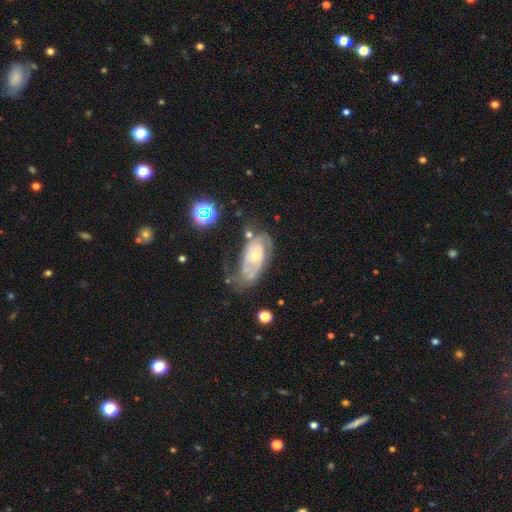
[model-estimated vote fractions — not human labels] Smooth or featured? Predicted: featured or disk (p=0.78). Edge-on disk? Predicted: no (p=0.95). Bar? Predicted: no (p=0.75). Spiral arms? Predicted: yes (p=0.84). Spiral winding? Predicted: tight (p=0.52). Spiral arm count? Predicted: 2 (p=0.42). Bulge size? Predicted: small (p=0.55). Merging? Predicted: none (p=0.38).